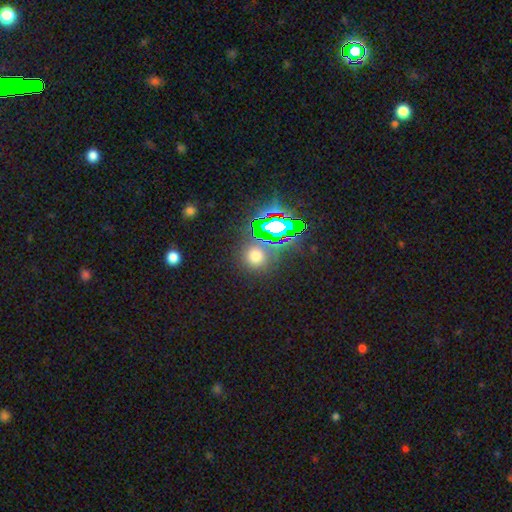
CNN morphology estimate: Smooth or featured?
  - smooth: 53% *
  - star or artifact: 40%
  - featured or disk: 7%
How rounded?
  - round: 90% *
  - in between: 9%
  - cigar-shaped: 1%
Merging?
  - none: 82% *
  - minor disturbance: 8%
  - merger: 6%
  - major disturbance: 4%